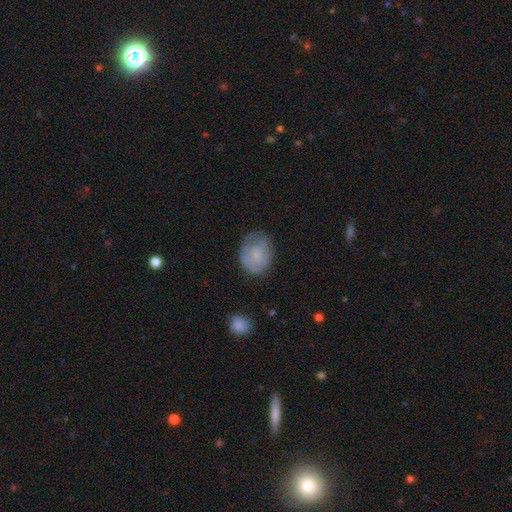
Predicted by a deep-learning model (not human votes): Q: Smooth or featured?
A: smooth (63%); runner-up: featured or disk (29%)
Q: How rounded?
A: in between (53%); runner-up: round (46%)
Q: Merging?
A: none (59%); runner-up: minor disturbance (27%)